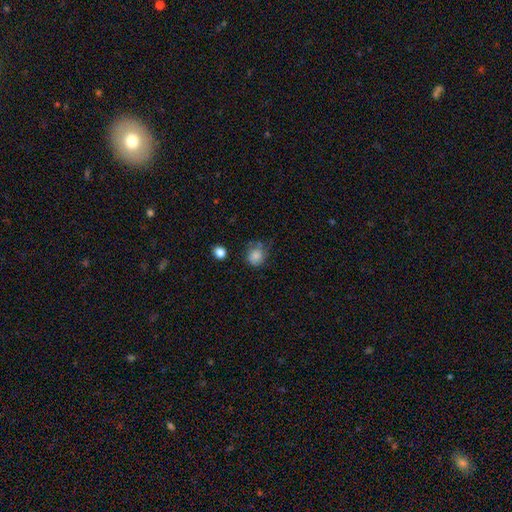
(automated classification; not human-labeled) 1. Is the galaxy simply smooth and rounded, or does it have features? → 81% smooth, 10% star or artifact, 9% featured or disk.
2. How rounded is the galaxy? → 76% round, 24% in between, 1% cigar-shaped.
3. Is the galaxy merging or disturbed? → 57% none, 28% minor disturbance, 11% major disturbance, 4% merger.